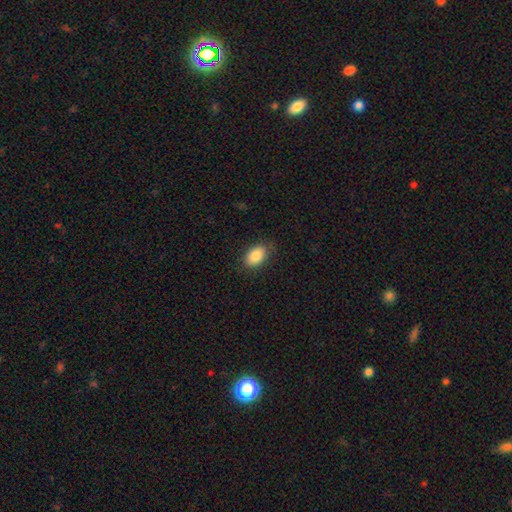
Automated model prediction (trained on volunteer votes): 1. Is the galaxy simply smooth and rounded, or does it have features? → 86% smooth, 8% star or artifact, 7% featured or disk.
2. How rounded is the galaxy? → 87% in between, 11% round, 1% cigar-shaped.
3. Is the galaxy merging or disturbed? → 83% none, 13% minor disturbance, 3% major disturbance, 1% merger.